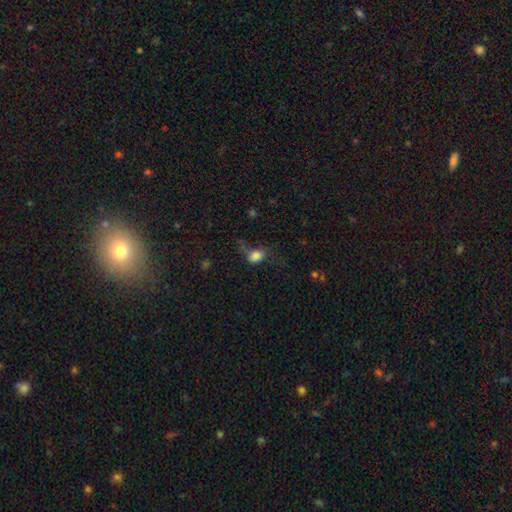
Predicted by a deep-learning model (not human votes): smooth_or_featured: smooth (p=0.78) [alt: star or artifact p=0.11]
how_rounded: in between (p=0.65) [alt: round p=0.34]
merging: major disturbance (p=0.36) [alt: none p=0.33]